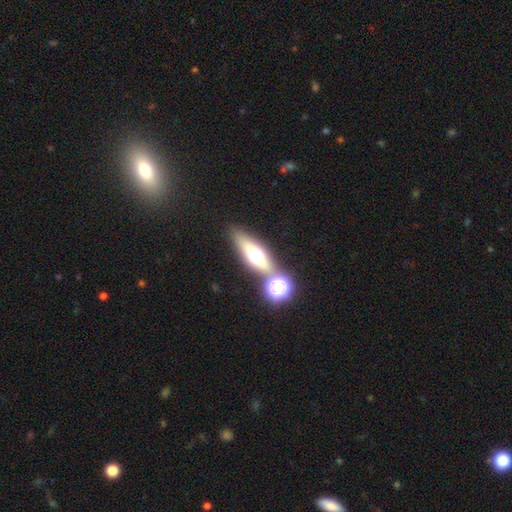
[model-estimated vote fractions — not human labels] A smooth galaxy with no disk features (45%).

Vote fractions:
- Smooth or featured? smooth: 45% / featured or disk: 41% / star or artifact: 13%
- Merging? none: 68% / merger: 18% / minor disturbance: 10% / major disturbance: 4%